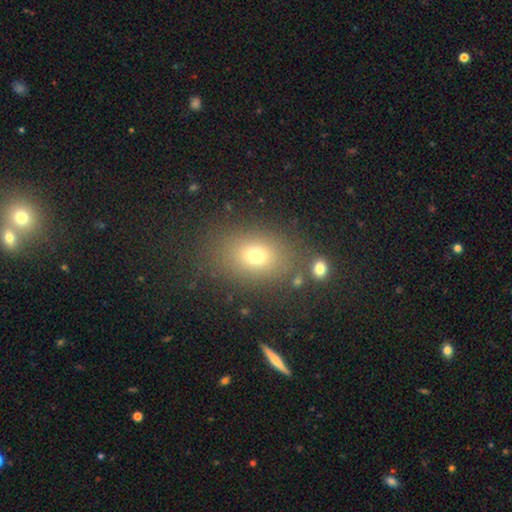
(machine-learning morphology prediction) This is likely a smooth galaxy (70%). How rounded: likely in between (64%). Merging: likely none (79%).